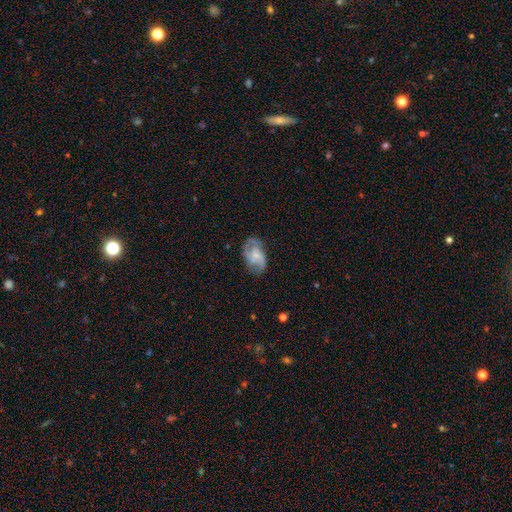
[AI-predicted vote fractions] Q: Smooth or featured?
A: featured or disk (63%); runner-up: smooth (30%)
Q: Edge-on disk?
A: no (97%); runner-up: yes (3%)
Q: Bar?
A: no (59%); runner-up: weak (35%)
Q: Spiral arms?
A: yes (85%); runner-up: no (15%)
Q: Spiral winding?
A: medium (47%); runner-up: loose (28%)
Q: Spiral arm count?
A: 2 (65%); runner-up: can't tell (18%)
Q: Bulge size?
A: small (54%); runner-up: moderate (27%)
Q: Merging?
A: none (62%); runner-up: minor disturbance (24%)